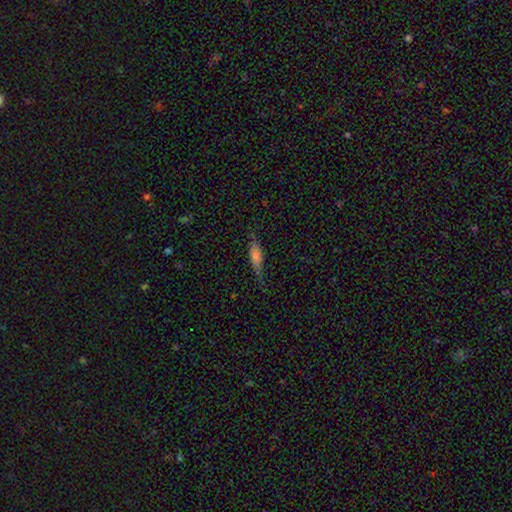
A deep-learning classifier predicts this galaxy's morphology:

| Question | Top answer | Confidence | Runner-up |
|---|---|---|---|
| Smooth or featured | smooth | 54% | featured or disk (38%) |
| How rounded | cigar-shaped | 66% | in between (31%) |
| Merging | none | 67% | minor disturbance (24%) |